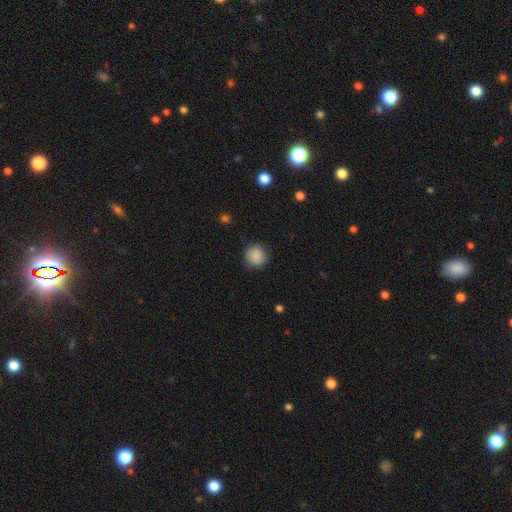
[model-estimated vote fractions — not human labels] smooth-or-featured: smooth: 88% | star or artifact: 8% | featured or disk: 4%
  how-rounded: round: 91% | in between: 8% | cigar-shaped: 1%
  merging: none: 86% | minor disturbance: 10% | major disturbance: 3% | merger: 1%